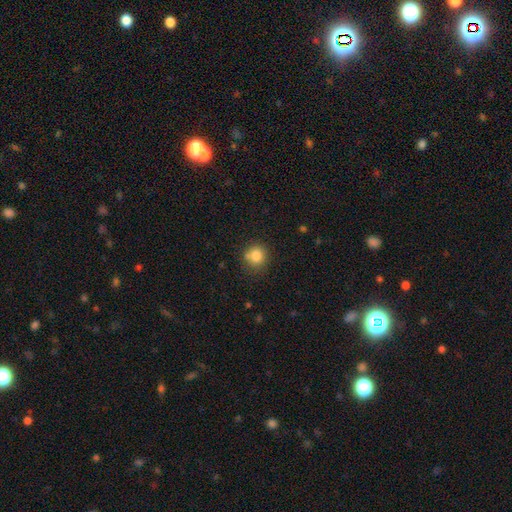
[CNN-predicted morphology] Overall: smooth (81%). How rounded: round (84%). Merging: none (68%).